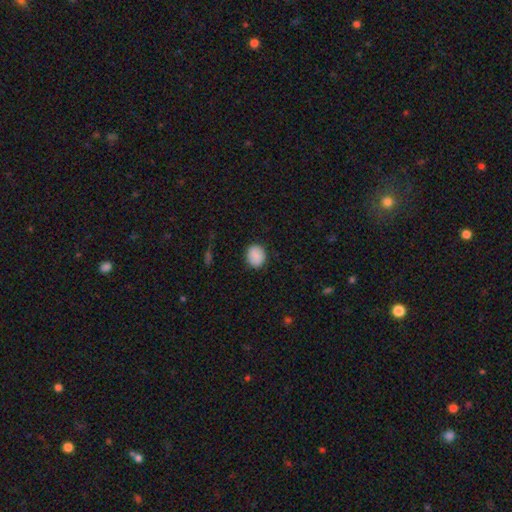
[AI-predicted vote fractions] Smooth or featured? smooth (88%)
How rounded? round (68%)
Merging? none (87%)